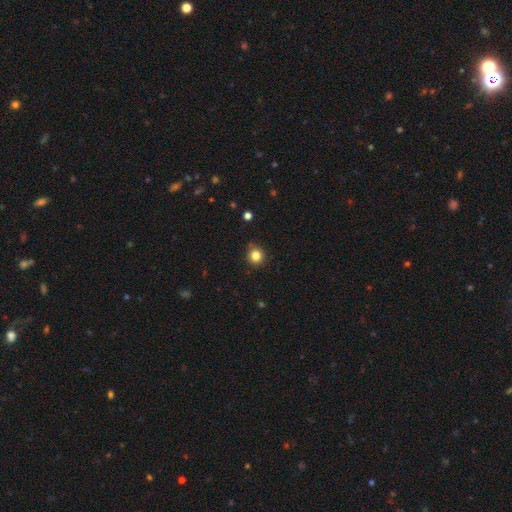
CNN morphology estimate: This is clearly a smooth galaxy (83%). How rounded: clearly round (92%). Merging: clearly none (88%).